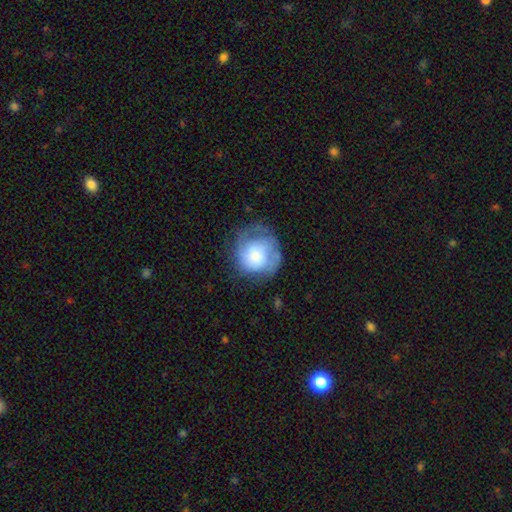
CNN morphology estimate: This is possibly a smooth galaxy (56%). How rounded: clearly round (84%). Merging: possibly none (48%).